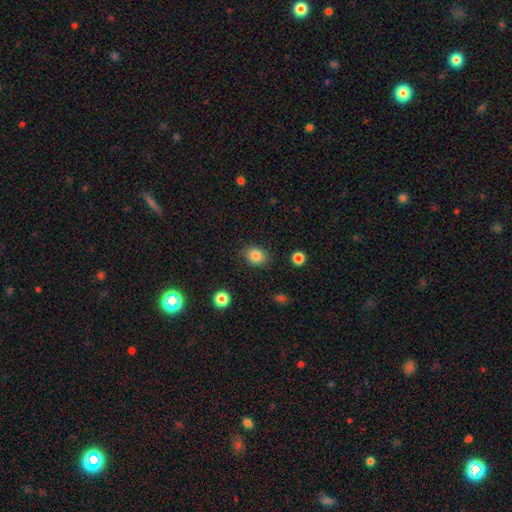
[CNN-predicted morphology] This is clearly a smooth galaxy (84%). How rounded: possibly in between (56%). Merging: clearly none (85%).